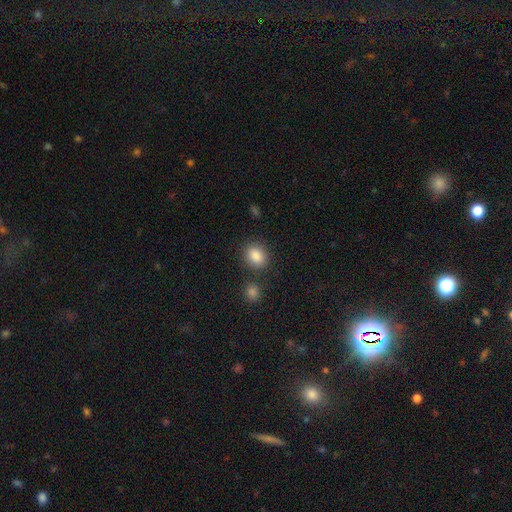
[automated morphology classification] The model was most divided on "how rounded": in between: 55%, round: 44%, cigar-shaped: 1%. More confident: smooth or featured — smooth (87%); merging — none (79%).